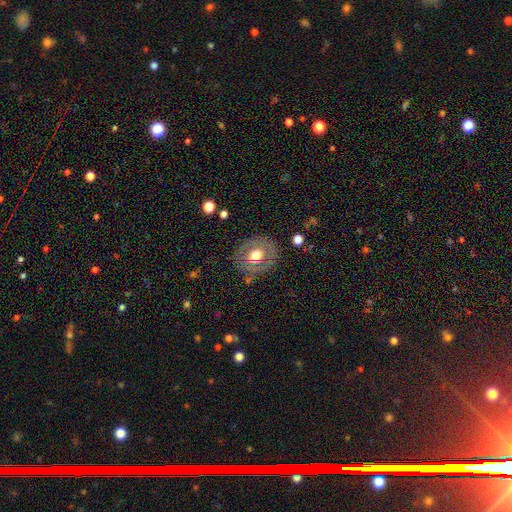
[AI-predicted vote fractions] Smooth or featured? Predicted: smooth (p=0.49). Merging? Predicted: none (p=0.77).